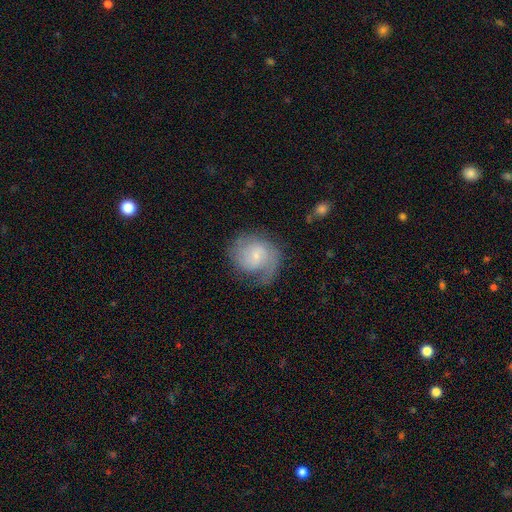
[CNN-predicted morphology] type=featured or disk (65%); edge-on=no (98%); bar=no (53%); spiral arms=yes (91%); winding=medium (43%); arm count=2 (50%); bulge=small (70%); merging=none (61%).